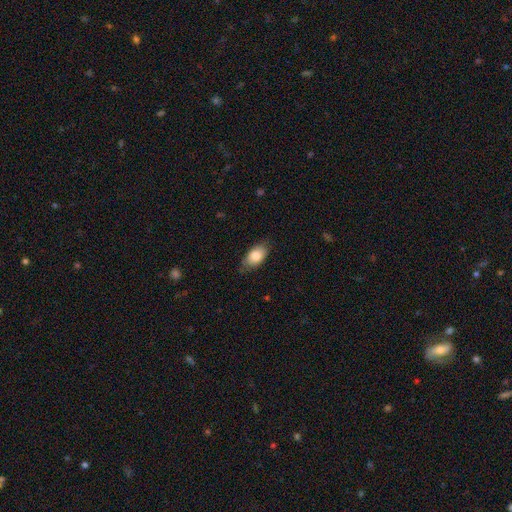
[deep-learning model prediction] This is clearly a smooth galaxy (80%). How rounded: clearly in between (91%). Merging: likely none (75%).